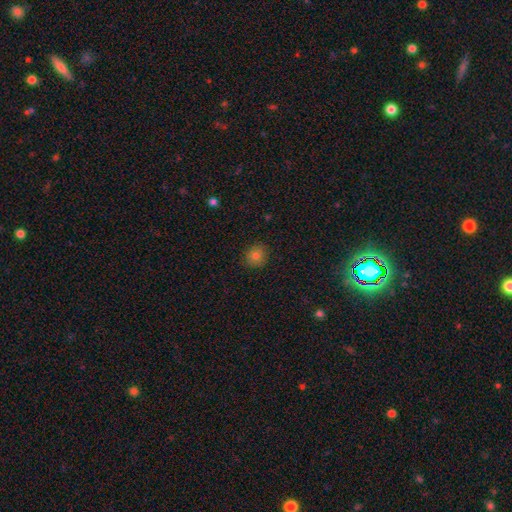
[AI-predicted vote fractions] Morphology: type=smooth (79%); roundness=round (83%); merging=none (89%).